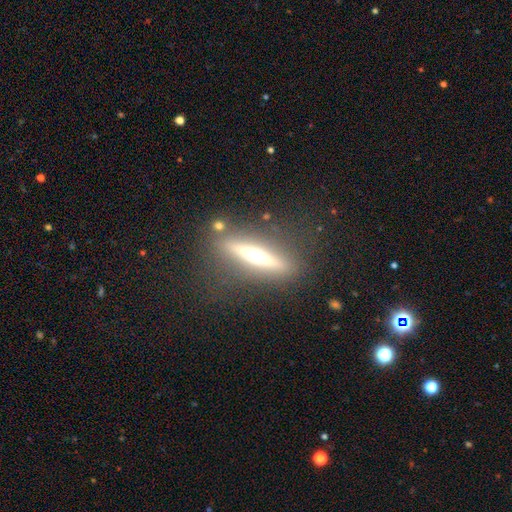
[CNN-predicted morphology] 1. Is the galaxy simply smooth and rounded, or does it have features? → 68% featured or disk, 25% smooth, 7% star or artifact.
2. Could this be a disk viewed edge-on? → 92% yes, 8% no.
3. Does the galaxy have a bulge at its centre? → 91% rounded, 5% boxy, 4% none.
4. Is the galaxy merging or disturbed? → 84% none, 9% minor disturbance, 4% major disturbance, 3% merger.